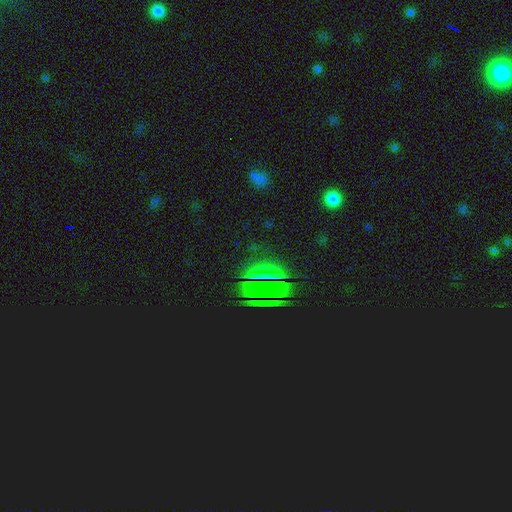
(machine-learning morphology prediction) The model was most divided on "smooth or featured": star or artifact: 74%, smooth: 17%, featured or disk: 9%.